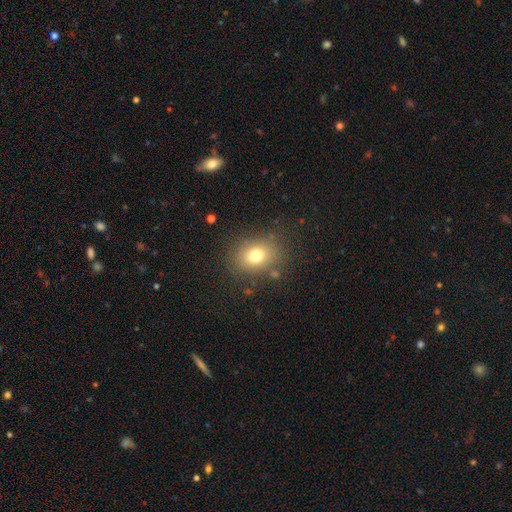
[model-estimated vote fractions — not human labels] smooth 74%, star or artifact 14%, featured or disk 12%. Down the decision tree: how rounded — in between (54%); merging — none (81%).